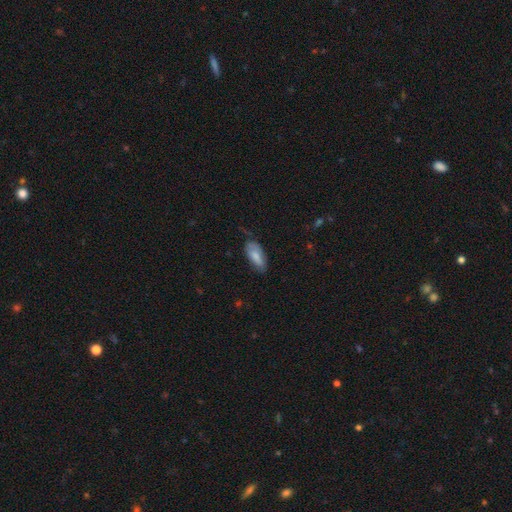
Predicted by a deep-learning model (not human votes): Overall: smooth (75%). How rounded: in between (82%). Merging: none (56%; minor disturbance 33%).